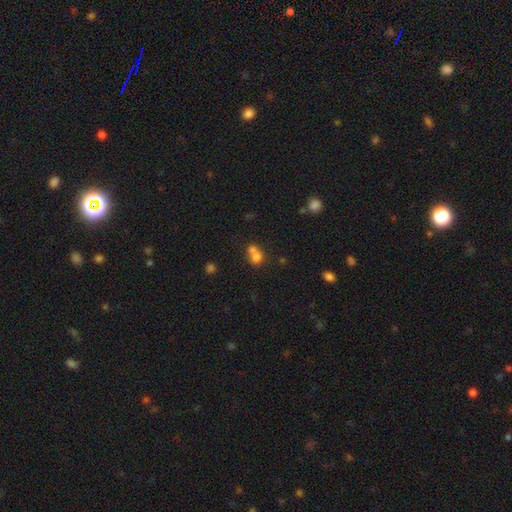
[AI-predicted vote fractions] Morphology: type=smooth (71%); roundness=round (74%); merging=merger (60%).